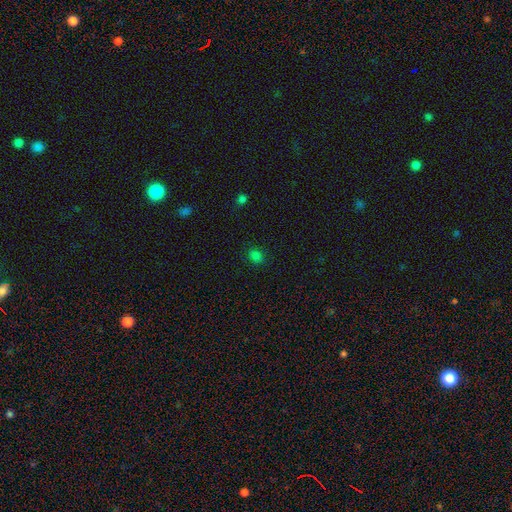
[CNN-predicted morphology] The model was most divided on "how rounded": round: 53%, in between: 46%, cigar-shaped: 1%. More confident: merging — none (85%); smooth or featured — smooth (78%).